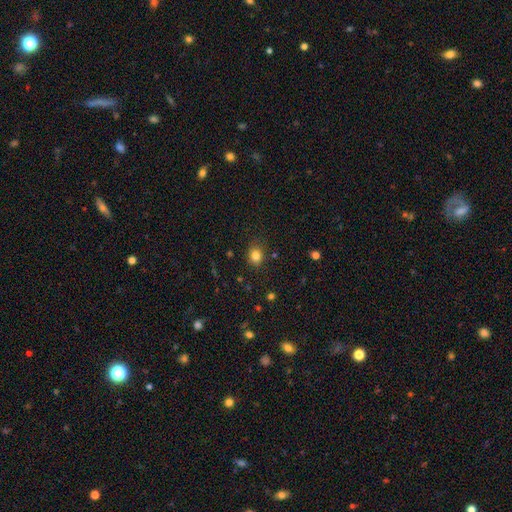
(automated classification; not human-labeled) Smooth or featured? Predicted: smooth (p=0.82). How rounded? Predicted: round (p=0.63). Merging? Predicted: none (p=0.81).